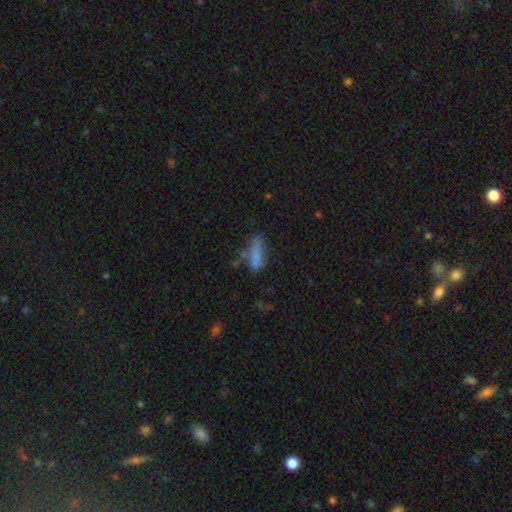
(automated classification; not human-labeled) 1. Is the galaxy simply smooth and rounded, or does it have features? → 74% smooth, 15% featured or disk, 11% star or artifact.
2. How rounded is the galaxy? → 52% in between, 46% cigar-shaped, 3% round.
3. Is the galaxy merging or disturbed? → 48% none, 27% minor disturbance, 17% major disturbance, 9% merger.